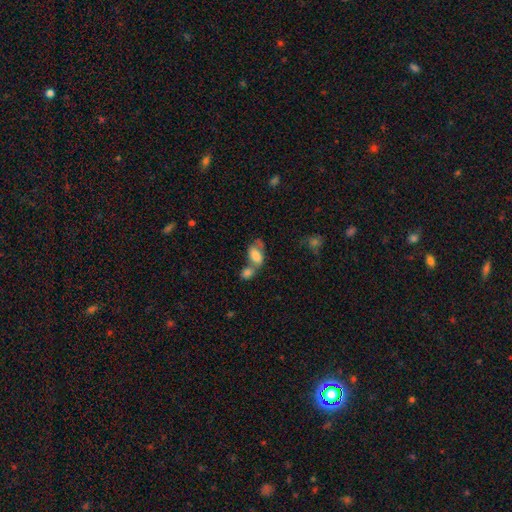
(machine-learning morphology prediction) smooth 72%, featured or disk 19%, star or artifact 9%. Down the decision tree: how rounded — in between (89%); merging — merger (60%).